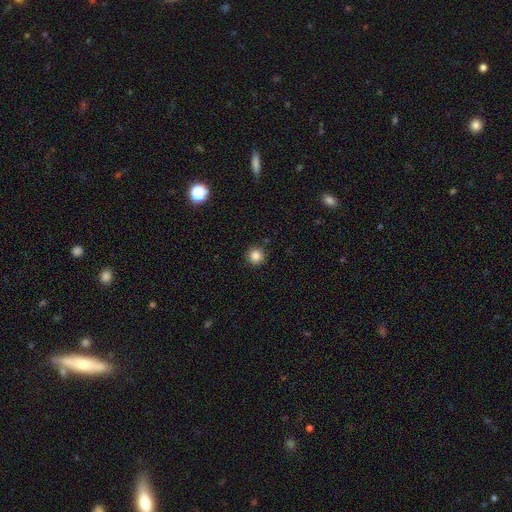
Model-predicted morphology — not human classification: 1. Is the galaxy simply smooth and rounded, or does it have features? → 84% smooth, 11% star or artifact, 4% featured or disk.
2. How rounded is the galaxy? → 95% round, 4% in between, 1% cigar-shaped.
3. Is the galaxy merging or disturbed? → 91% none, 6% minor disturbance, 2% major disturbance, 1% merger.